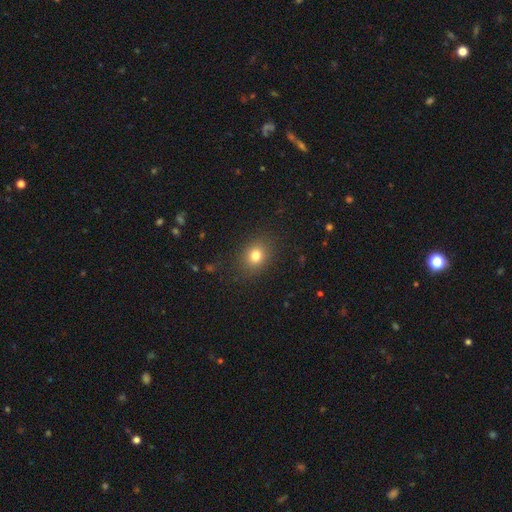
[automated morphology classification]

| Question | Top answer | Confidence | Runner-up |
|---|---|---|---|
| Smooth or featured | smooth | 79% | star or artifact (13%) |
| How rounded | round | 60% | in between (39%) |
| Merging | none | 87% | minor disturbance (9%) |